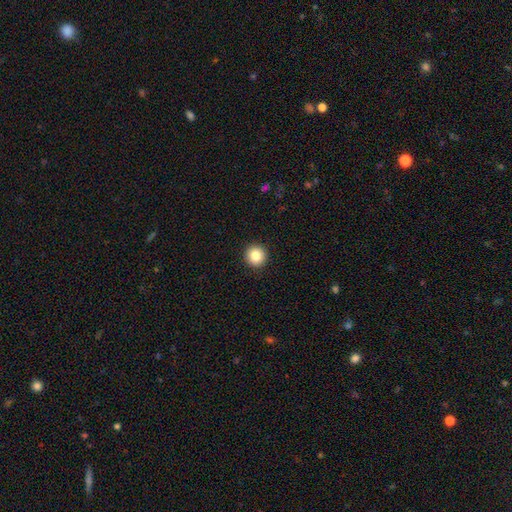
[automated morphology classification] A smooth galaxy with no disk features (84%) that is round (96%). Merging: none (93%).